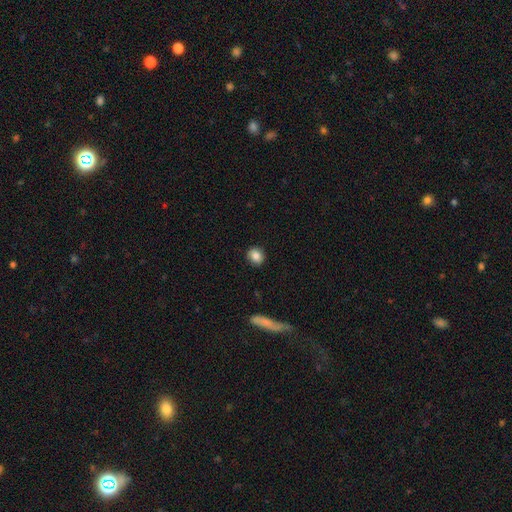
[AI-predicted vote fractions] Smooth or featured? Predicted: smooth (p=0.85). How rounded? Predicted: round (p=0.72). Merging? Predicted: none (p=0.87).